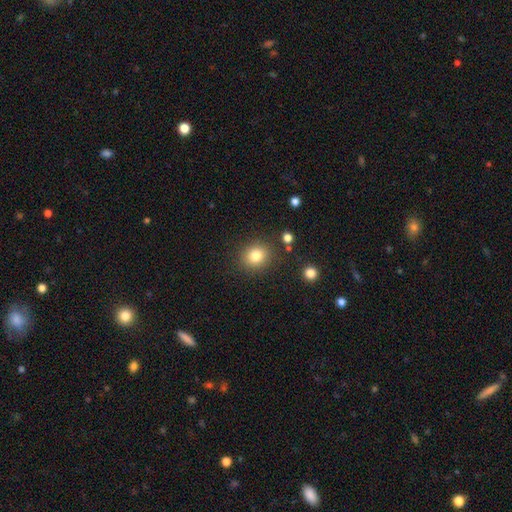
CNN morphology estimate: The model was most divided on "how rounded": round: 78%, in between: 21%, cigar-shaped: 1%. More confident: merging — none (86%); smooth or featured — smooth (82%).